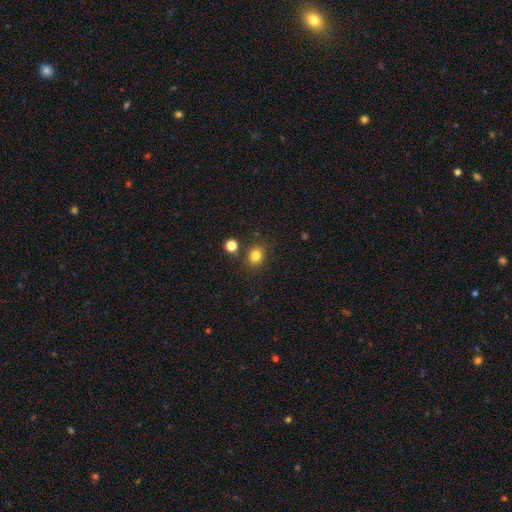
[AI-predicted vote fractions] This is clearly a smooth galaxy (80%). How rounded: likely round (63%). Merging: likely none (79%).